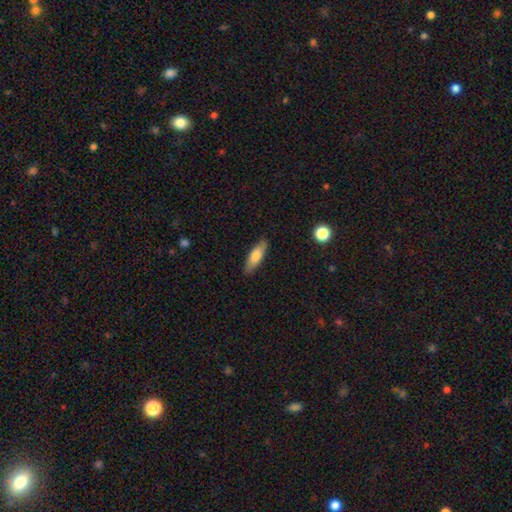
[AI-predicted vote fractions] A smooth galaxy with no disk features (74%) that is cigar-shaped (49%, tied with in between). Merging: none (87%).